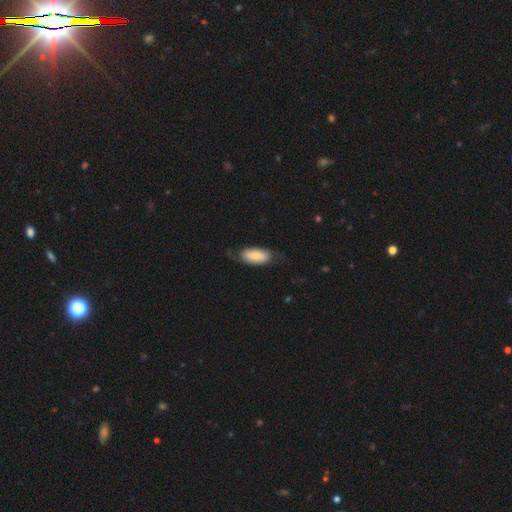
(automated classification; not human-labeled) smooth 63%, featured or disk 31%, star or artifact 6%. Down the decision tree: how rounded — in between (91%); merging — none (62%).